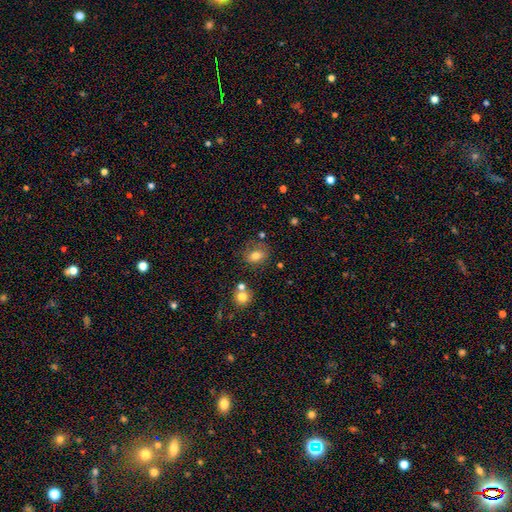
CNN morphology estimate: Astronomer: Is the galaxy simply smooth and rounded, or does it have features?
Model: smooth — 75%.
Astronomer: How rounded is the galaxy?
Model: in between — 58% (runner-up: round, 41%).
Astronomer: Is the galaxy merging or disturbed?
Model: none — 68%.